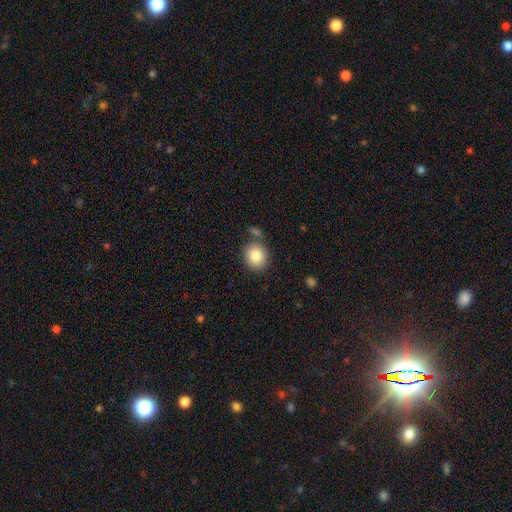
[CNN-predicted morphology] A smooth galaxy with no disk features (84%) that is round (81%). Merging: none (77%).